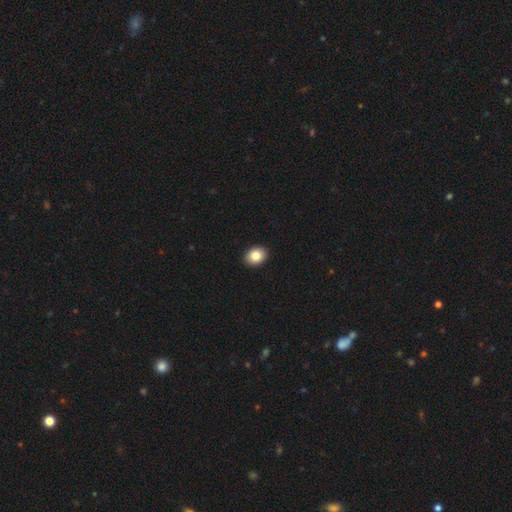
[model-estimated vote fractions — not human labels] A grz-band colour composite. It shows a smooth galaxy with no disk features (85%) that is in between round and cigar-shaped (65%). Merging: none (92%).